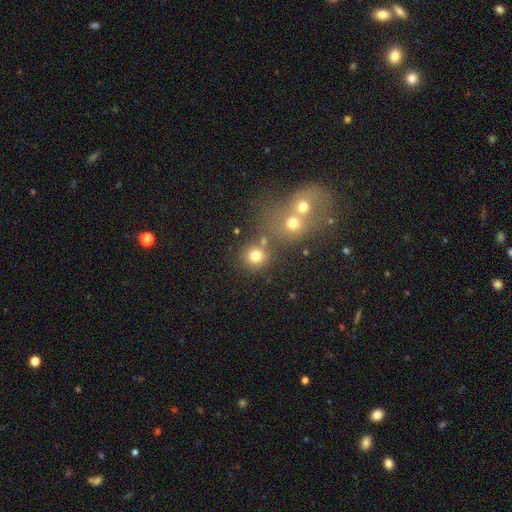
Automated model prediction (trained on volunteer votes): Smooth or featured? Predicted: smooth (p=0.76). How rounded? Predicted: round (p=0.89). Merging? Predicted: none (p=0.67).